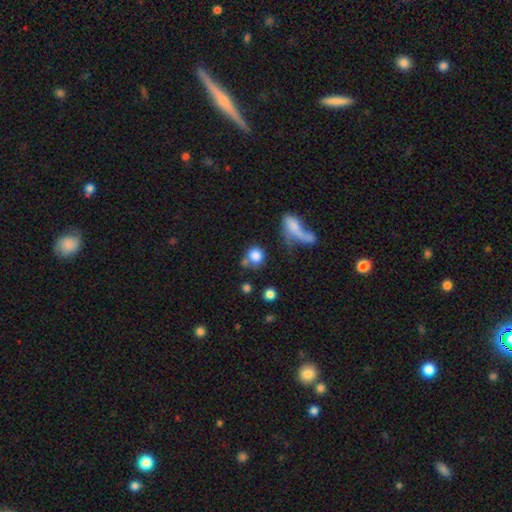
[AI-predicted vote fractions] This is clearly a smooth galaxy (81%). How rounded: clearly round (81%). Merging: possibly none (51%).